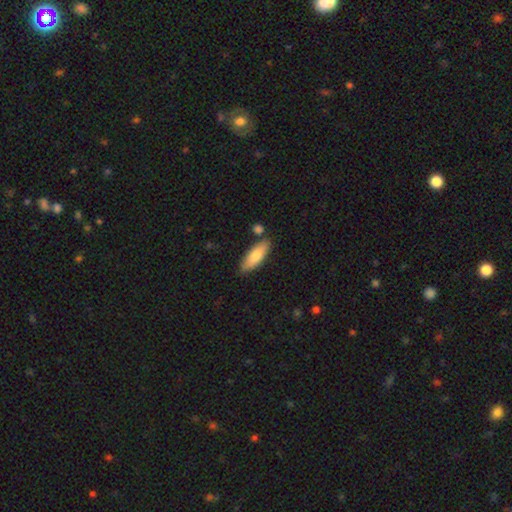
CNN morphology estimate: Smooth or featured?
  - smooth: 78% *
  - featured or disk: 17%
  - star or artifact: 6%
How rounded?
  - in between: 60% *
  - cigar-shaped: 38%
  - round: 2%
Merging?
  - none: 79% *
  - minor disturbance: 12%
  - merger: 6%
  - major disturbance: 2%